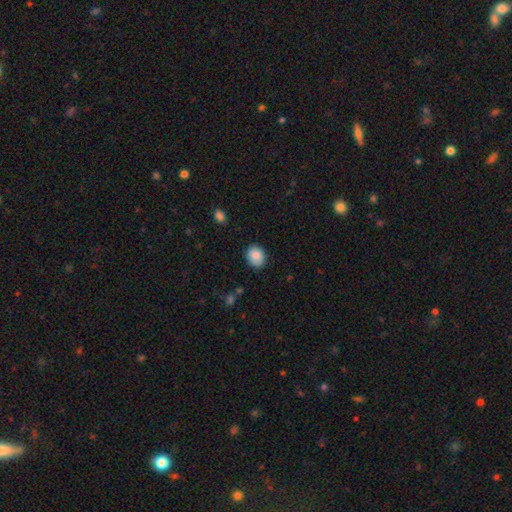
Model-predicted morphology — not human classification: Q: Smooth or featured?
A: smooth (89%); runner-up: star or artifact (7%)
Q: How rounded?
A: in between (50%); runner-up: round (49%)
Q: Merging?
A: none (86%); runner-up: minor disturbance (11%)